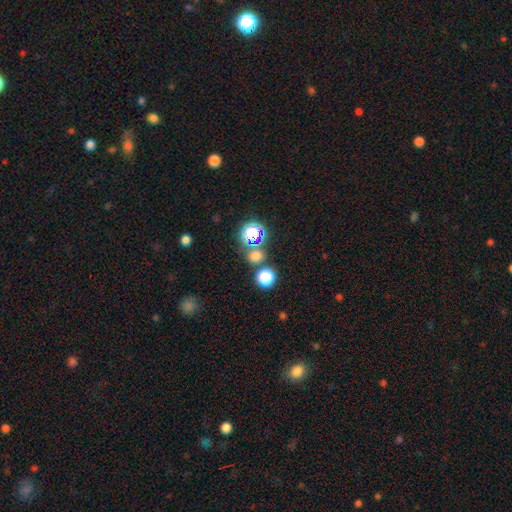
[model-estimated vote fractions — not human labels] Smooth or featured?
  - smooth: 55% *
  - star or artifact: 38%
  - featured or disk: 7%
How rounded?
  - round: 85% *
  - in between: 14%
  - cigar-shaped: 1%
Merging?
  - none: 70% *
  - merger: 18%
  - minor disturbance: 8%
  - major disturbance: 4%